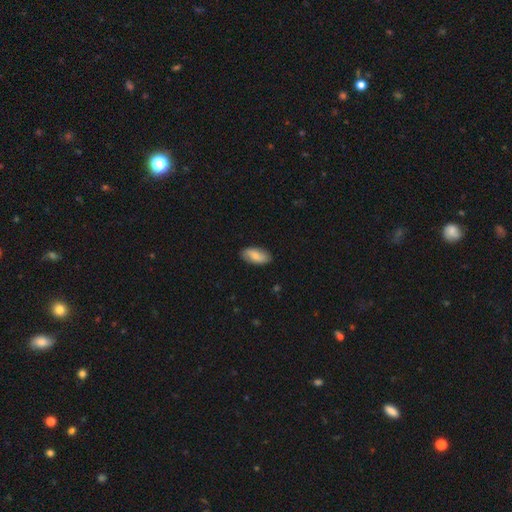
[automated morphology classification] Smooth or featured?
  - smooth: 75% *
  - featured or disk: 19%
  - star or artifact: 6%
How rounded?
  - in between: 91% *
  - cigar-shaped: 7%
  - round: 3%
Merging?
  - none: 86% *
  - minor disturbance: 11%
  - major disturbance: 2%
  - merger: 1%